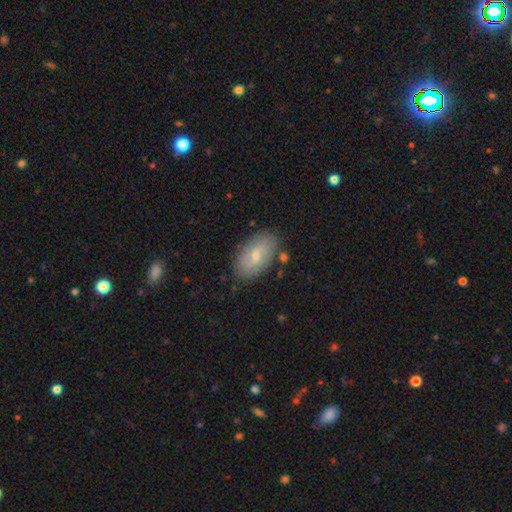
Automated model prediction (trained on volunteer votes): This is possibly a smooth galaxy (60%). How rounded: clearly in between (93%). Merging: clearly none (82%).